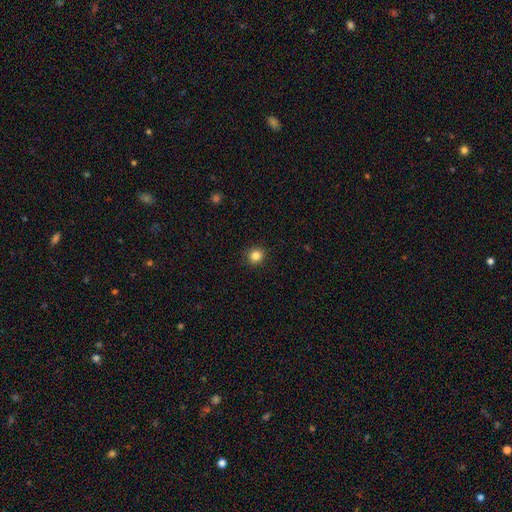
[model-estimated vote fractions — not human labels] Q: Smooth or featured?
A: smooth (84%); runner-up: star or artifact (11%)
Q: How rounded?
A: round (91%); runner-up: in between (8%)
Q: Merging?
A: none (91%); runner-up: minor disturbance (6%)